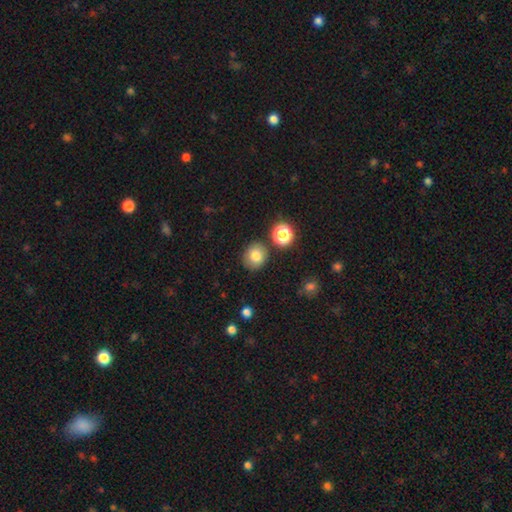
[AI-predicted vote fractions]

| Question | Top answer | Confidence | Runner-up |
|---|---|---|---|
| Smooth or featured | smooth | 80% | star or artifact (12%) |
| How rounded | round | 78% | in between (21%) |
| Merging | none | 82% | minor disturbance (10%) |